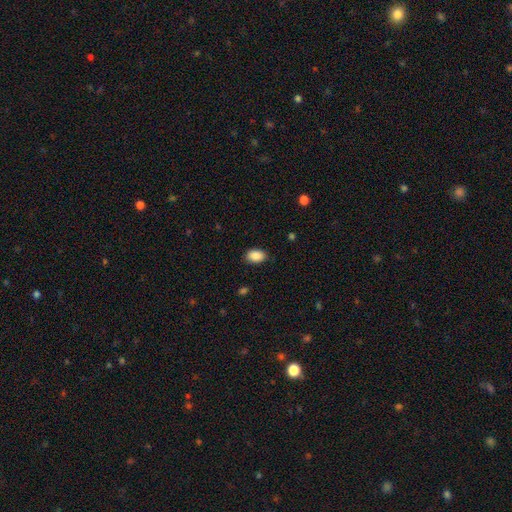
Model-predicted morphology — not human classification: Smooth or featured: smooth — 89% (star or artifact — 7%)
How rounded: in between — 89% (round — 10%)
Merging: none — 86% (minor disturbance — 11%)